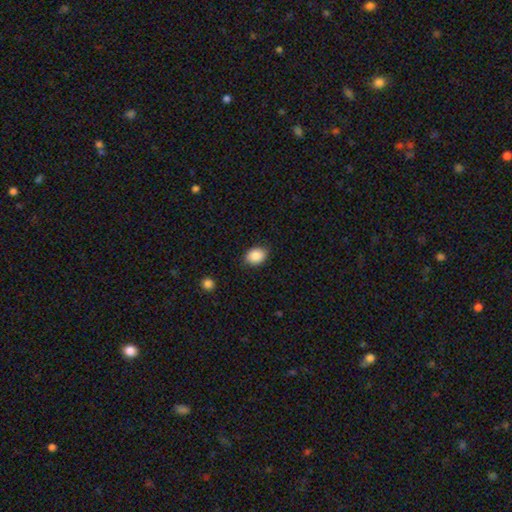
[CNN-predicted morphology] A smooth galaxy with no disk features (88%) that is in between round and cigar-shaped (67%). Merging: none (83%).